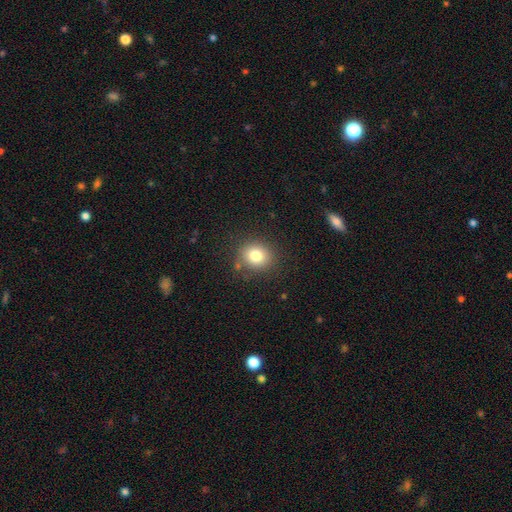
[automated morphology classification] Smooth or featured: smooth — 80% (star or artifact — 12%)
How rounded: round — 79% (in between — 20%)
Merging: none — 84% (minor disturbance — 10%)